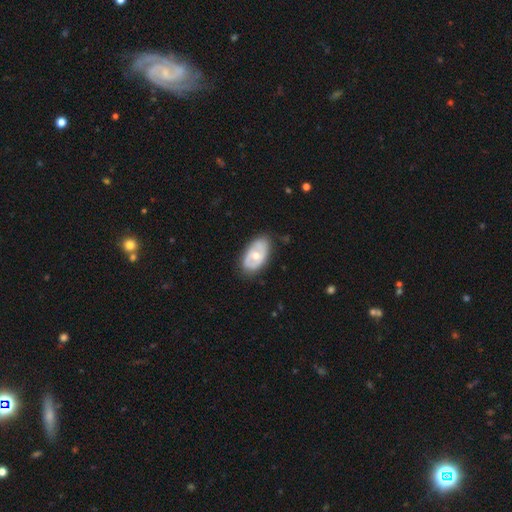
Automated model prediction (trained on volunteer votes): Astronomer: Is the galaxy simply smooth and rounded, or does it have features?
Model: featured or disk — 54% (runner-up: smooth, 41%).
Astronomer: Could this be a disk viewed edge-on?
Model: no — 92%.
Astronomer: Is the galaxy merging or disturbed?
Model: none — 72%.